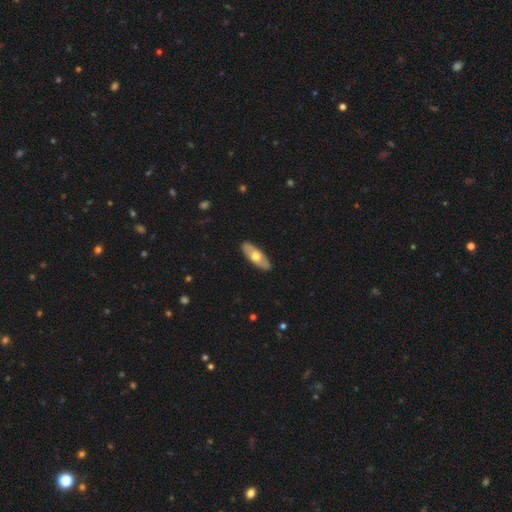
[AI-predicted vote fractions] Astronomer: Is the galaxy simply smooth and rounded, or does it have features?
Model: smooth — 51% (runner-up: featured or disk, 45%).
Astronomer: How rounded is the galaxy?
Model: in between — 74%.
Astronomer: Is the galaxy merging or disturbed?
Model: none — 89%.